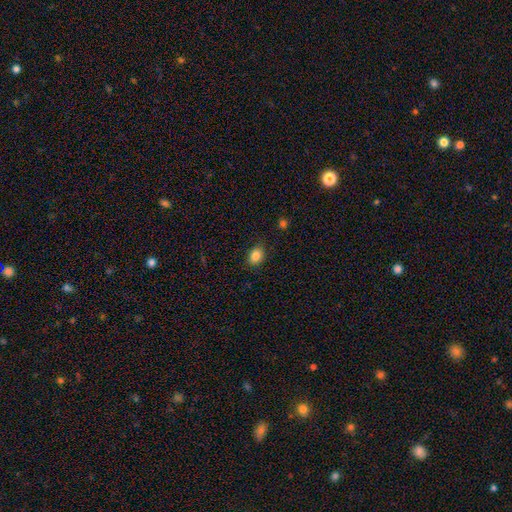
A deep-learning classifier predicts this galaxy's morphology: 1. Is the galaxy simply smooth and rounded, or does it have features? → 86% smooth, 9% star or artifact, 5% featured or disk.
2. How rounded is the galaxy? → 70% in between, 29% round, 1% cigar-shaped.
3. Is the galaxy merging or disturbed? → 87% none, 10% minor disturbance, 2% major disturbance, 1% merger.